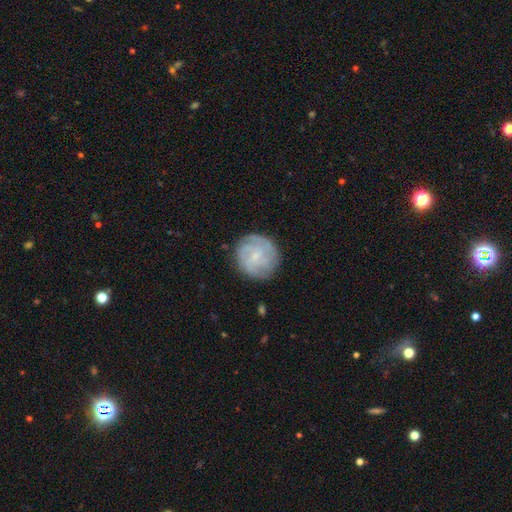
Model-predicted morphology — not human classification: Smooth or featured? Predicted: featured or disk (p=0.67). Edge-on disk? Predicted: no (p=0.98). Bar? Predicted: no (p=0.64). Spiral arms? Predicted: yes (p=0.91). Spiral winding? Predicted: tight (p=0.62). Spiral arm count? Predicted: can't tell (p=0.35). Bulge size? Predicted: small (p=0.76). Merging? Predicted: none (p=0.82).